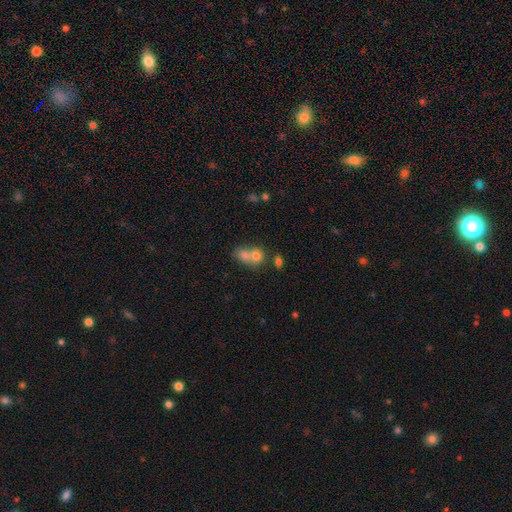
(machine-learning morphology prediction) Q: Smooth or featured?
A: smooth (74%); runner-up: featured or disk (14%)
Q: How rounded?
A: round (54%); runner-up: in between (44%)
Q: Merging?
A: merger (64%); runner-up: none (24%)